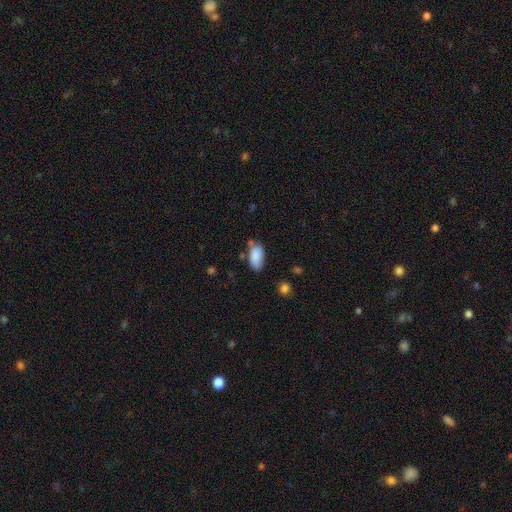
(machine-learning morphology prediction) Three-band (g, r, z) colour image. It shows a smooth galaxy with no disk features (87%) that is in between round and cigar-shaped (93%). Merging: none (63%).